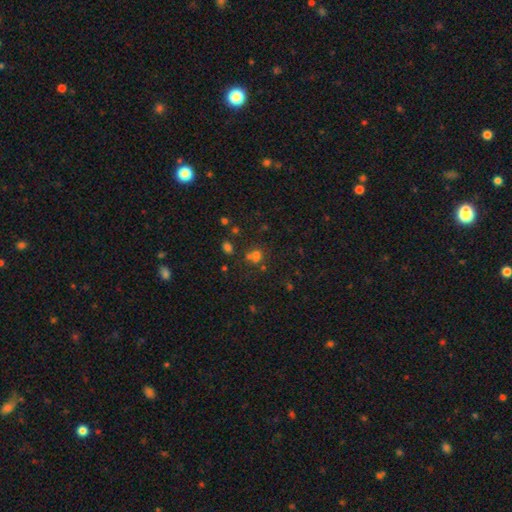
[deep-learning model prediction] smooth 56%, star or artifact 32%, featured or disk 12%. Down the decision tree: how rounded — round (63%); merging — none (47%).